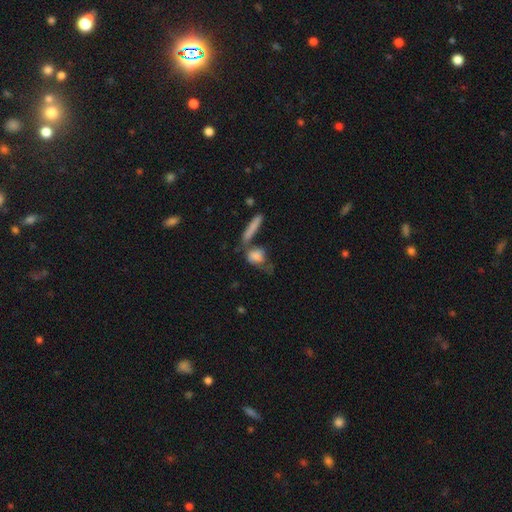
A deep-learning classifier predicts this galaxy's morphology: Q: Smooth or featured?
A: smooth (73%); runner-up: featured or disk (18%)
Q: How rounded?
A: in between (54%); runner-up: round (30%)
Q: Merging?
A: none (34%); runner-up: merger (32%)